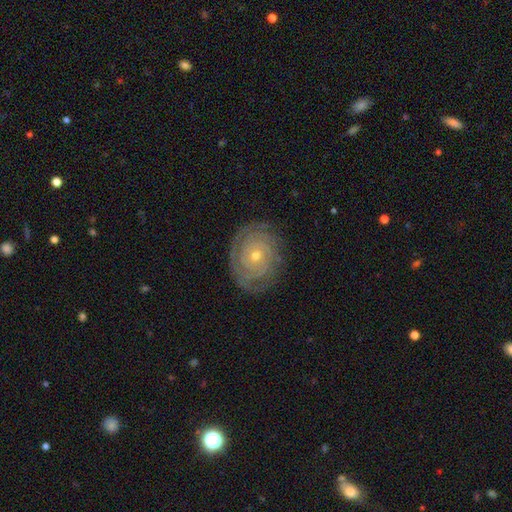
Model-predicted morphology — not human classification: type=featured or disk (86%); edge-on=no (97%); bar=no (80%); spiral arms=yes (96%); winding=tight (86%); arm count=can't tell (28%, tied with 2); bulge=small (62%); merging=none (82%).